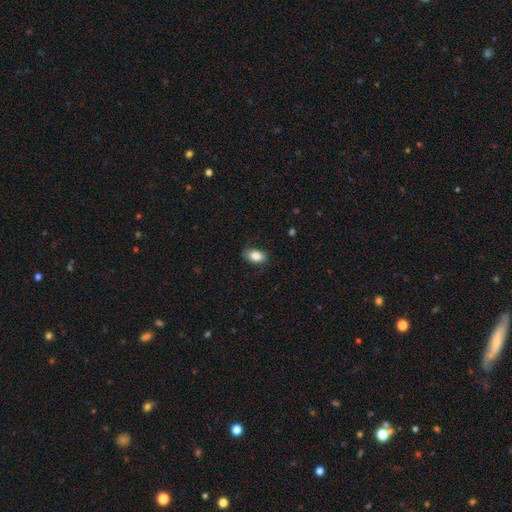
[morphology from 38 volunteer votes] smooth-or-featured: smooth: 89% | featured or disk: 5% | star or artifact: 5%
  how-rounded: in between: 85% | round: 15% | cigar-shaped: 0%
  merging: none: 86% | minor disturbance: 11% | major disturbance: 3% | merger: 0%